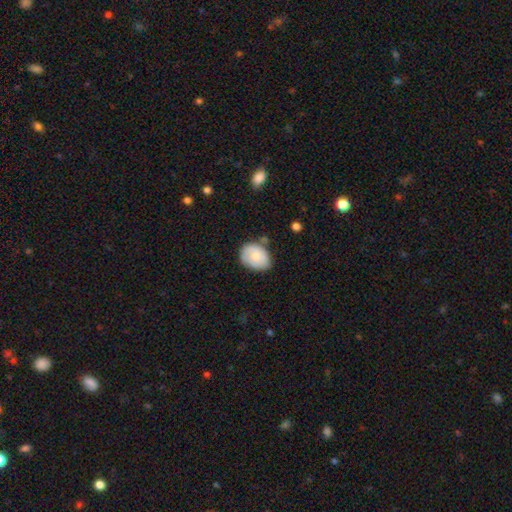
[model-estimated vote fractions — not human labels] Smooth or featured? Predicted: smooth (p=0.72). How rounded? Predicted: in between (p=0.66). Merging? Predicted: none (p=0.61).